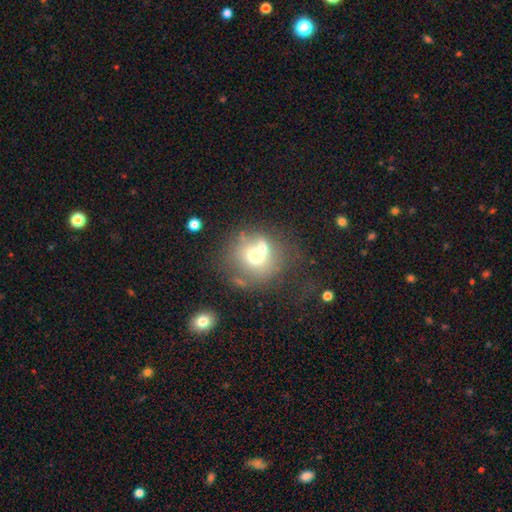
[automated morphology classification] The model was most divided on "merging": merger: 40%, none: 38%, minor disturbance: 12%, major disturbance: 10%. More confident: how rounded — round (84%); smooth or featured — smooth (60%).